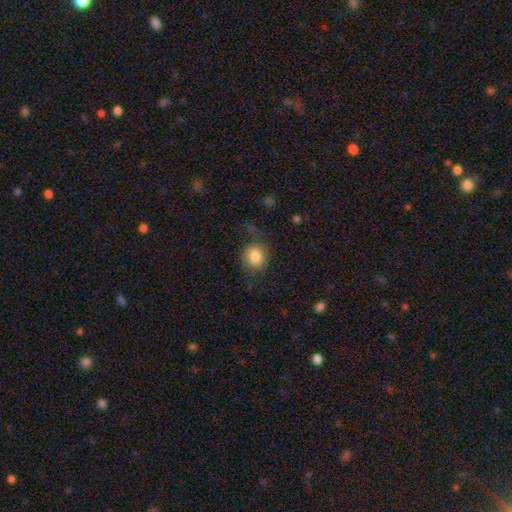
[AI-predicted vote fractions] This appears to be a smooth galaxy with no disk features (81%) that is round (84%). Merging: none (64%).